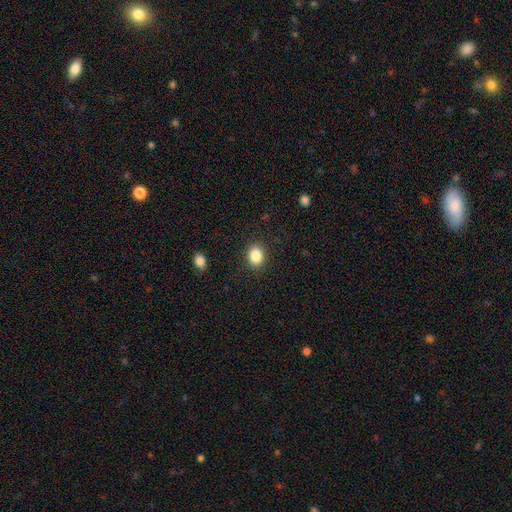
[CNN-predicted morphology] This is clearly a smooth galaxy (86%). How rounded: possibly in between (50%). Merging: clearly none (88%).